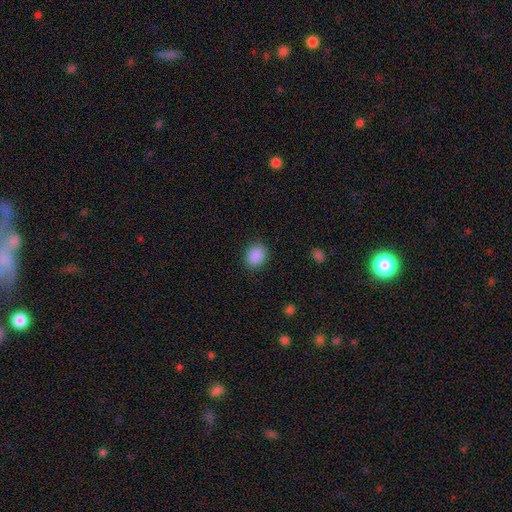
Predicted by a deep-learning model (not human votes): Smooth or featured?
  - smooth: 89% *
  - star or artifact: 8%
  - featured or disk: 3%
How rounded?
  - in between: 55% *
  - round: 44%
  - cigar-shaped: 1%
Merging?
  - none: 88% *
  - minor disturbance: 8%
  - major disturbance: 3%
  - merger: 1%